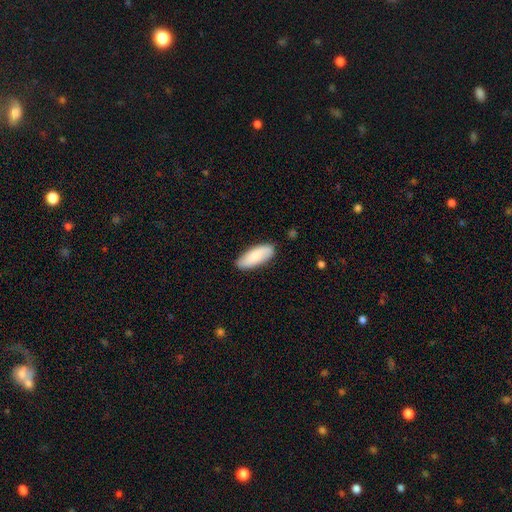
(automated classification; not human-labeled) This is clearly a smooth galaxy (80%). How rounded: likely in between (76%). Merging: clearly none (85%).